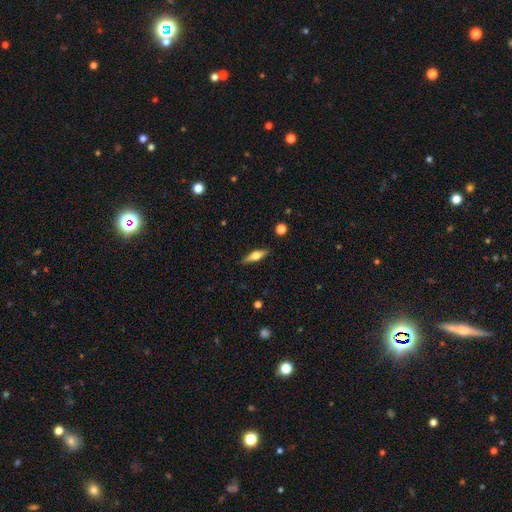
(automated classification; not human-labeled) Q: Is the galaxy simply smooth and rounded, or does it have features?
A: smooth — 47%.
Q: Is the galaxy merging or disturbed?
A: none — 88%.